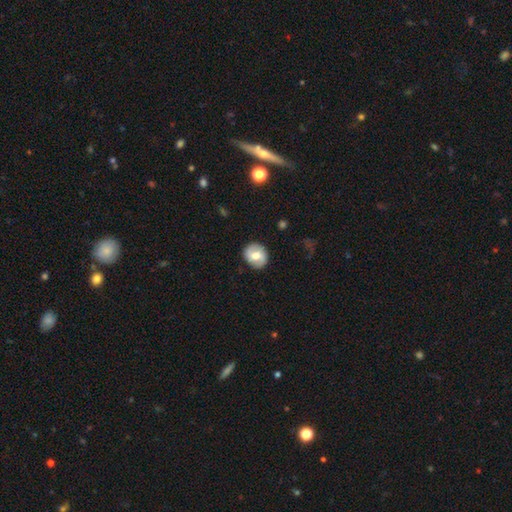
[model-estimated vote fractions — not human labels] smooth-or-featured: smooth: 53% | featured or disk: 39% | star or artifact: 7%
  how-rounded: round: 72% | in between: 27% | cigar-shaped: 1%
  merging: none: 86% | minor disturbance: 10% | major disturbance: 3% | merger: 1%